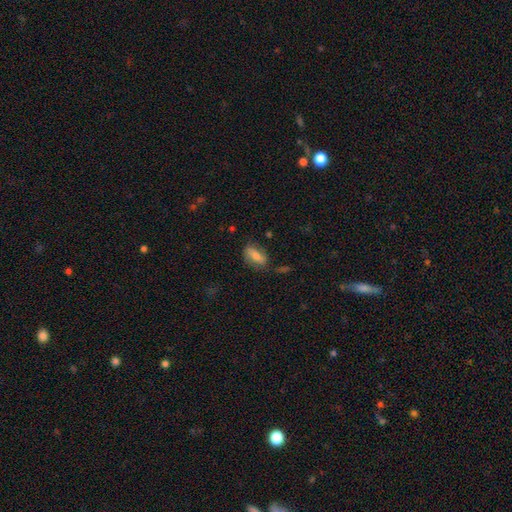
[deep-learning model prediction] Morphology: type=smooth (67%); roundness=in between (82%); merging=none (68%).